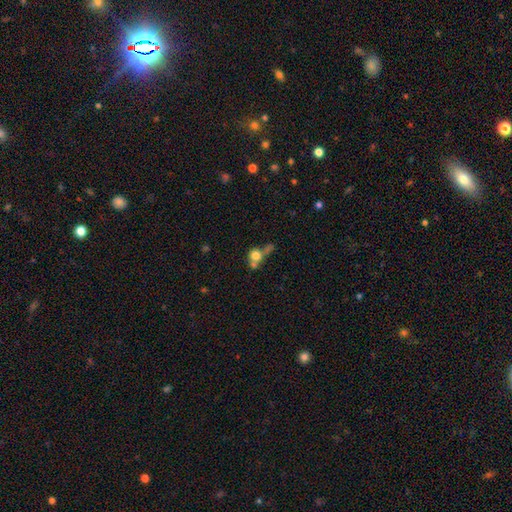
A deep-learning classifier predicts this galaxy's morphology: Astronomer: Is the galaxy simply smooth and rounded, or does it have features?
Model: smooth — 71%.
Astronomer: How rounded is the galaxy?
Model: round — 81%.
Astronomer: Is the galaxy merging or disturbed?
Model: merger — 47% (runner-up: none, 32%).